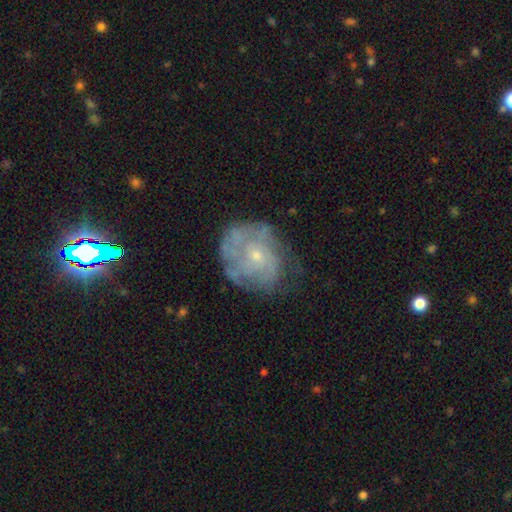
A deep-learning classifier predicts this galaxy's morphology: This is likely a featured or disk galaxy (71%). It is clearly not viewed edge-on (97%). Bar: clearly no (82%). Spiral arm pattern: likely yes (73%). Spiral arm count: possibly can't tell (55%). Spiral winding: possibly tight (59%). Central bulge: likely small (71%). Merging: likely none (61%).